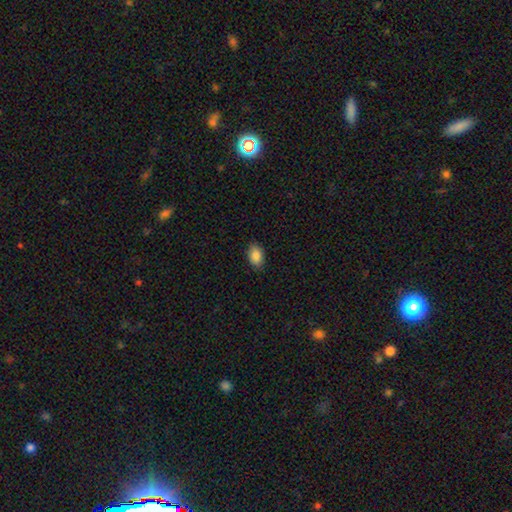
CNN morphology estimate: A smooth galaxy with no disk features (89%) that is in between round and cigar-shaped (89%).

Vote fractions:
- Smooth or featured? smooth: 89% / star or artifact: 7% / featured or disk: 4%
- How rounded? in between: 89% / round: 9% / cigar-shaped: 1%
- Merging? none: 88% / minor disturbance: 9% / major disturbance: 2% / merger: 1%